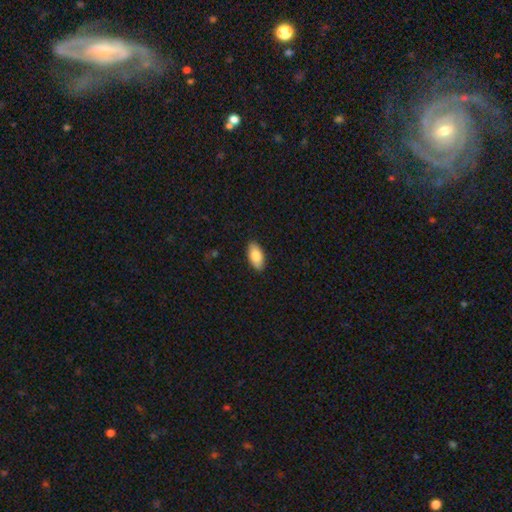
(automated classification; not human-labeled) A smooth galaxy with no disk features (84%) that is in between round and cigar-shaped (93%).

Vote fractions:
- Smooth or featured? smooth: 84% / featured or disk: 10% / star or artifact: 6%
- How rounded? in between: 93% / cigar-shaped: 5% / round: 2%
- Merging? none: 89% / minor disturbance: 8% / major disturbance: 2% / merger: 1%